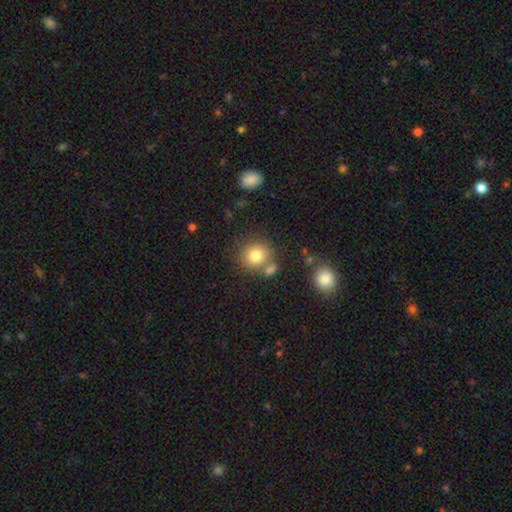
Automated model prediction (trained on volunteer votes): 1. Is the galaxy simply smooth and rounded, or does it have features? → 80% smooth, 10% star or artifact, 10% featured or disk.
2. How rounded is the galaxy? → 86% round, 13% in between, 1% cigar-shaped.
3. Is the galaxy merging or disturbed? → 66% none, 19% merger, 11% minor disturbance, 4% major disturbance.